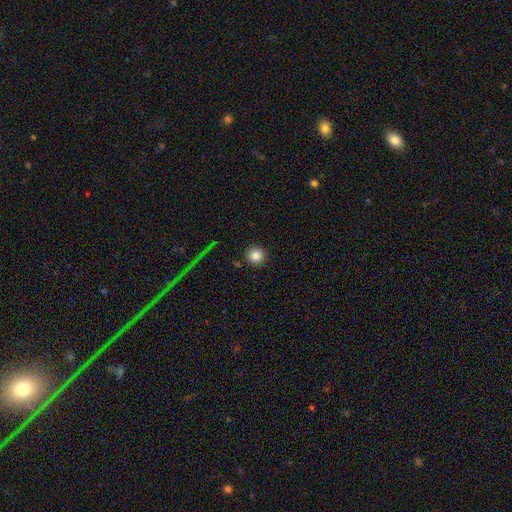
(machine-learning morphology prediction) Overall: smooth (84%). How rounded: round (95%). Merging: none (90%).